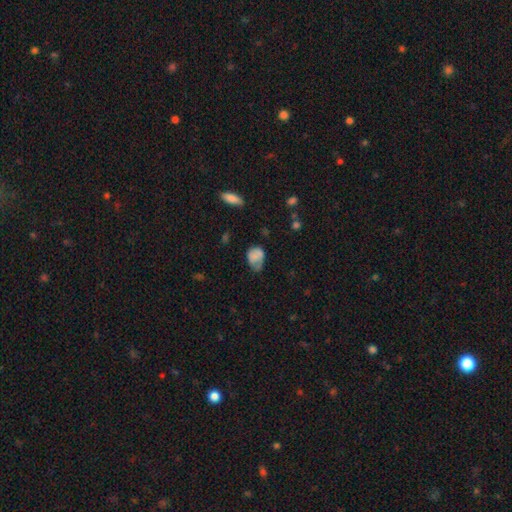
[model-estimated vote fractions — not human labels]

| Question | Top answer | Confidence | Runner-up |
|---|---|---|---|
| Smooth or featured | smooth | 71% | featured or disk (19%) |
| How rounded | in between | 68% | round (31%) |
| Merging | minor disturbance | 41% | none (33%) |